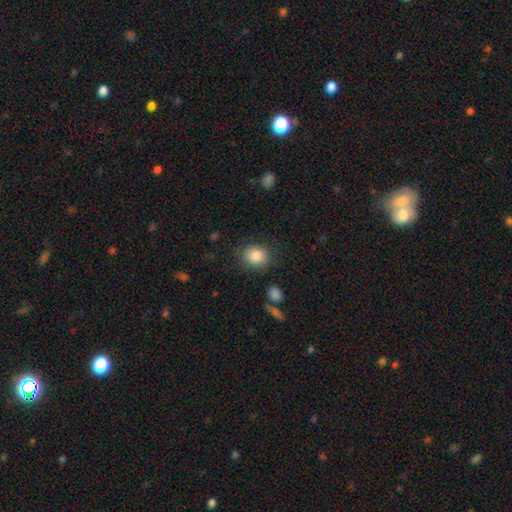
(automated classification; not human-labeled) This is clearly a smooth galaxy (86%). How rounded: likely round (62%). Merging: clearly none (80%).